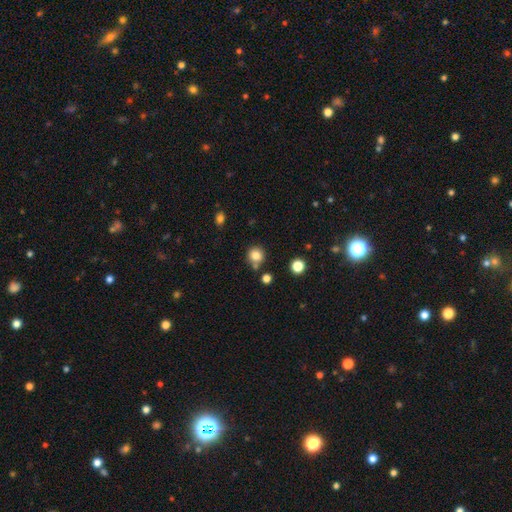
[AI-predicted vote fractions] A smooth galaxy with no disk features (81%) that is round (92%).

Vote fractions:
- Smooth or featured? smooth: 81% / star or artifact: 12% / featured or disk: 7%
- How rounded? round: 92% / in between: 7% / cigar-shaped: 1%
- Merging? none: 74% / merger: 12% / minor disturbance: 11% / major disturbance: 3%